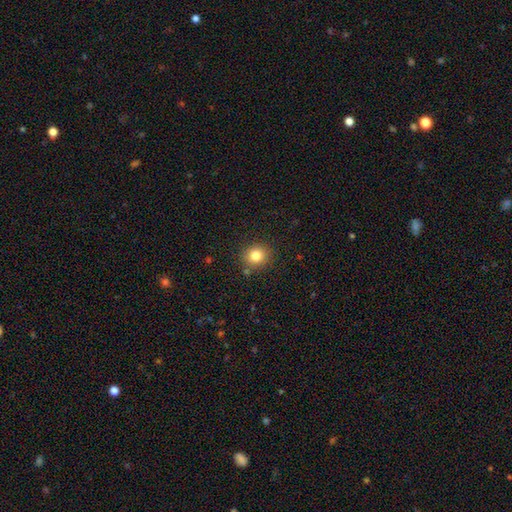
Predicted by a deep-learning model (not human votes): smooth_or_featured: smooth (p=0.81) [alt: star or artifact p=0.12]
how_rounded: round (p=0.83) [alt: in between p=0.17]
merging: none (p=0.85) [alt: minor disturbance p=0.09]